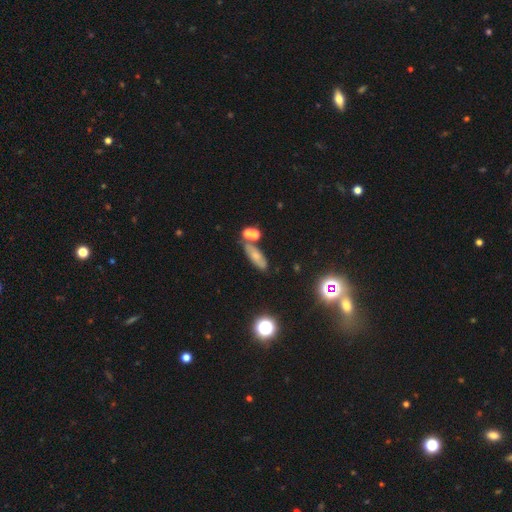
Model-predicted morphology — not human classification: Smooth or featured? smooth (57%)
How rounded? in between (55%)
Merging? none (64%)